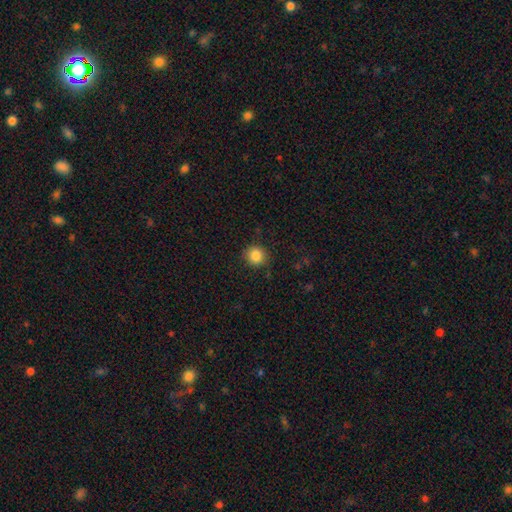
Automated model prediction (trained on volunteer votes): The model was most divided on "smooth or featured": smooth: 86%, star or artifact: 10%, featured or disk: 4%. More confident: how rounded — round (91%); merging — none (87%).